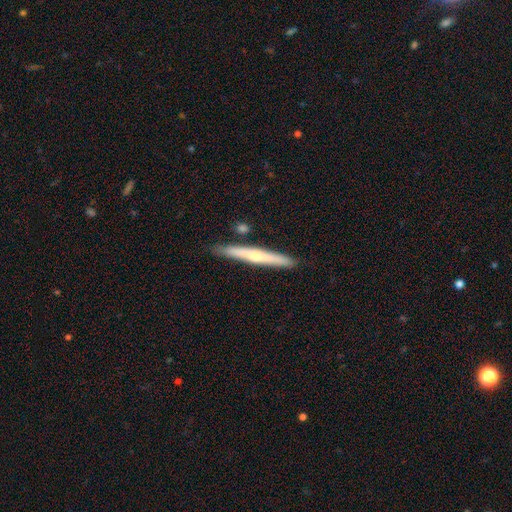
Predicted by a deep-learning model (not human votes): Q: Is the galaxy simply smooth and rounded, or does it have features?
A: featured or disk — 61%.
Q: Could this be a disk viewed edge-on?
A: yes — 96%.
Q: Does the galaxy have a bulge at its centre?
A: rounded — 70%.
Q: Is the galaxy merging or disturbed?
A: none — 87%.